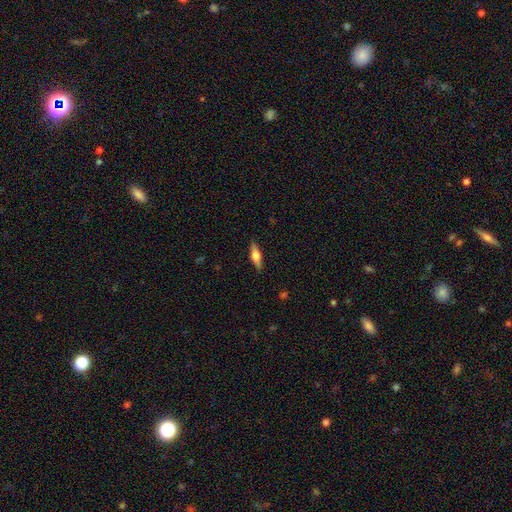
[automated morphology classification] type=smooth (51%); roundness=in between (49%); merging=none (88%).